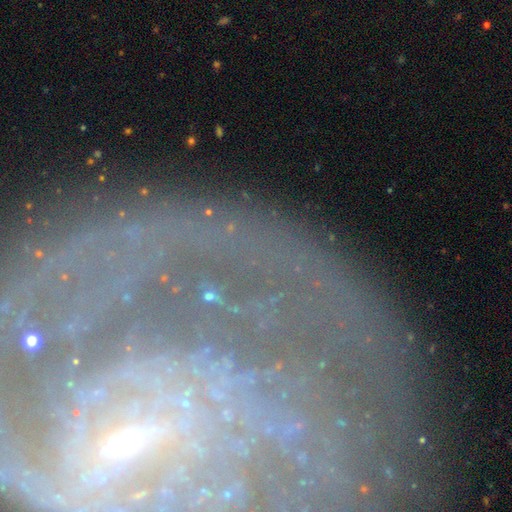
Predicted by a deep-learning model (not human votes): A featured or disk galaxy (63%) with no bar (41%), spiral arms (64%) and a small central bulge (51%). Merging: none (64%).